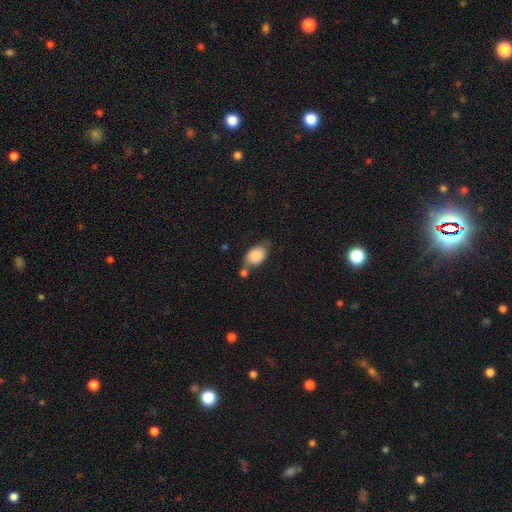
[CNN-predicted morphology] Q: Smooth or featured?
A: smooth (84%); runner-up: featured or disk (9%)
Q: How rounded?
A: in between (87%); runner-up: round (12%)
Q: Merging?
A: none (51%); runner-up: minor disturbance (22%)